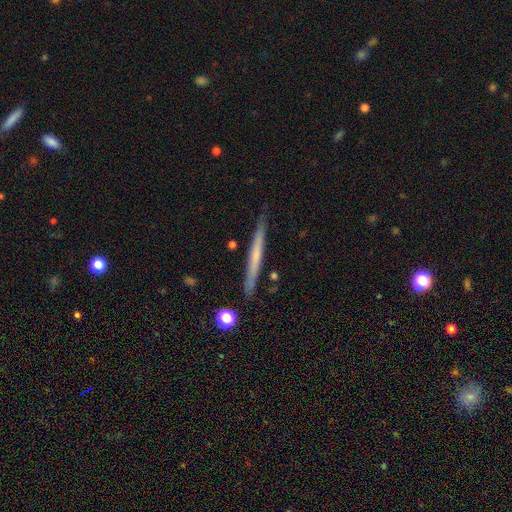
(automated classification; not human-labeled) Overall: featured or disk (49%; smooth 45%). Merging: none (87%).